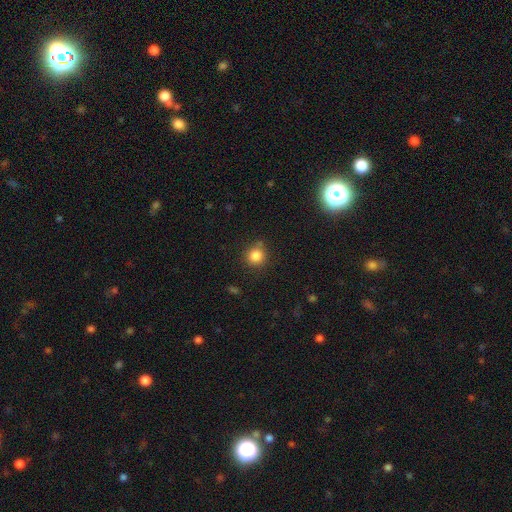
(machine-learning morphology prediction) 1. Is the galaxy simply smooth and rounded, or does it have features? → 84% smooth, 11% star or artifact, 5% featured or disk.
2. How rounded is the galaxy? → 90% round, 9% in between, 1% cigar-shaped.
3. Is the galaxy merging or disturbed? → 80% none, 12% minor disturbance, 4% merger, 3% major disturbance.